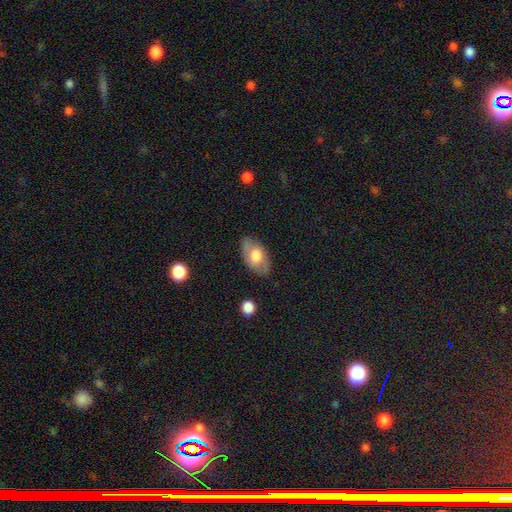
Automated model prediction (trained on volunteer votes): Smooth or featured? Predicted: smooth (p=0.59). How rounded? Predicted: in between (p=0.92). Merging? Predicted: none (p=0.76).